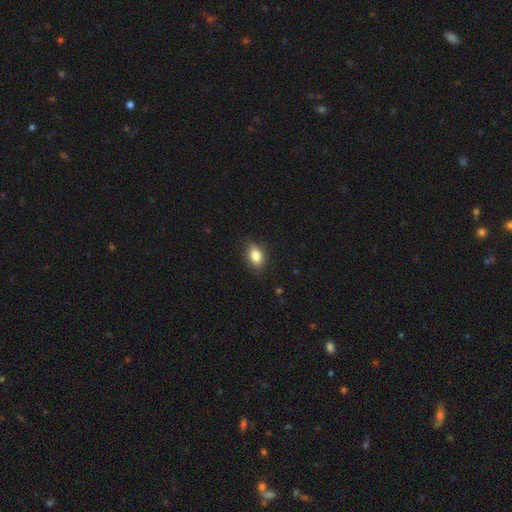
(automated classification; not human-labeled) A smooth galaxy with no disk features (83%) that is in between round and cigar-shaped (79%).

Vote fractions:
- Smooth or featured? smooth: 83% / star or artifact: 9% / featured or disk: 8%
- How rounded? in between: 79% / round: 19% / cigar-shaped: 2%
- Merging? none: 81% / minor disturbance: 15% / major disturbance: 3% / merger: 1%